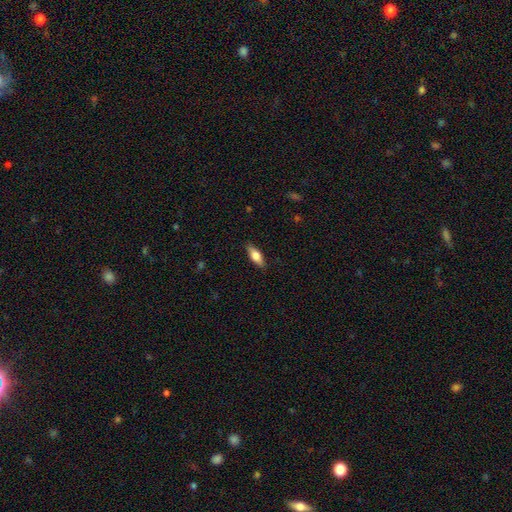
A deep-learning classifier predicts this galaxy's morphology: Smooth or featured: smooth — 69% (featured or disk — 24%)
How rounded: in between — 69% (cigar-shaped — 28%)
Merging: none — 87% (minor disturbance — 10%)